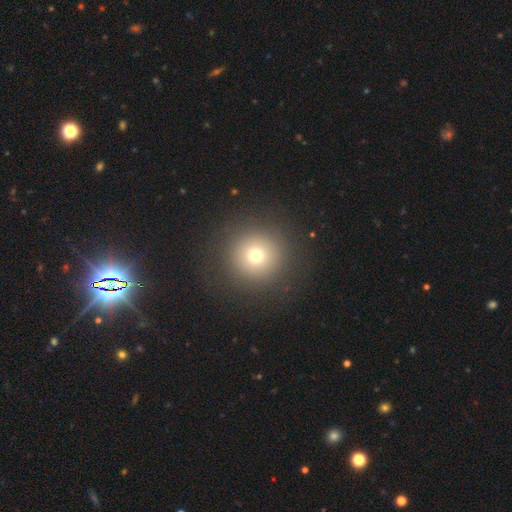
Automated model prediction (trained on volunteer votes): This is likely a smooth galaxy (72%). How rounded: clearly round (96%). Merging: clearly none (89%).